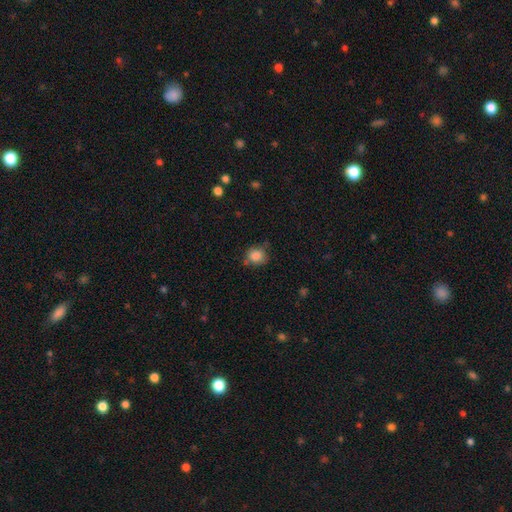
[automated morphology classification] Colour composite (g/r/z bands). It shows a smooth galaxy with no disk features (85%) that is round (74%). Merging: none (66%).